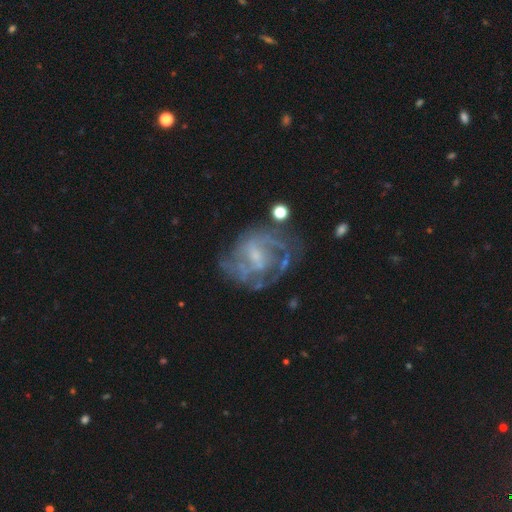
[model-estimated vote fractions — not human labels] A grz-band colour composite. It shows a featured or disk galaxy (82%) with a weak bar (50%), medium (44%) spiral arms (83%) and a small central bulge (52%). Merging: none (57%).